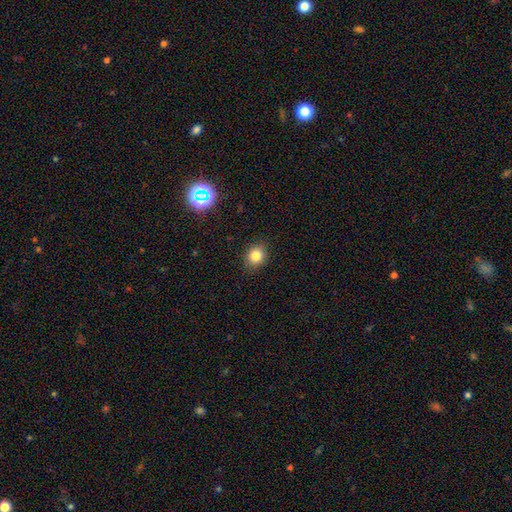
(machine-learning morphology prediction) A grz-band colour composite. It shows a smooth galaxy with no disk features (82%) that is round (66%). Merging: none (87%).